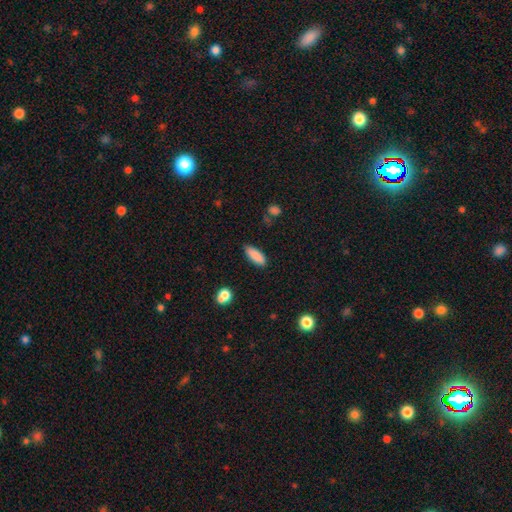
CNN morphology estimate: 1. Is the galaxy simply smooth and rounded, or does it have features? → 88% smooth, 7% star or artifact, 5% featured or disk.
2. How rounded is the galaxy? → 68% in between, 30% cigar-shaped, 2% round.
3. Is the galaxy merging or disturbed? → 86% none, 10% minor disturbance, 2% major disturbance, 2% merger.